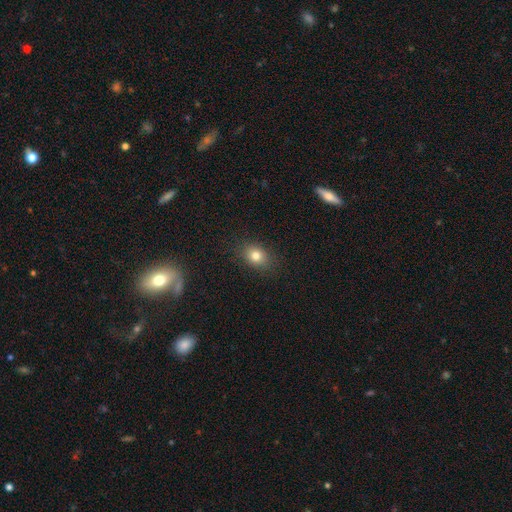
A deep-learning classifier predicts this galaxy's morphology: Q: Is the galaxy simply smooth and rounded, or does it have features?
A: smooth — 79%.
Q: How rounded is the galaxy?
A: in between — 60%.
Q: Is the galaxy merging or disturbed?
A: none — 86%.